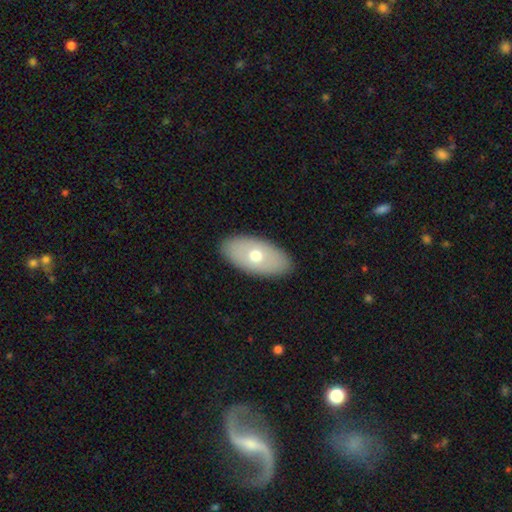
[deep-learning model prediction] Smooth or featured? smooth (61%)
How rounded? in between (93%)
Merging? none (89%)